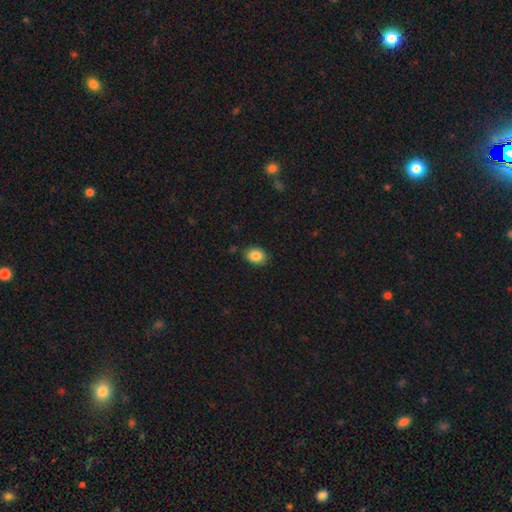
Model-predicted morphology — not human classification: smooth 86%, star or artifact 9%, featured or disk 5%. Down the decision tree: how rounded — in between (61%); merging — none (87%).